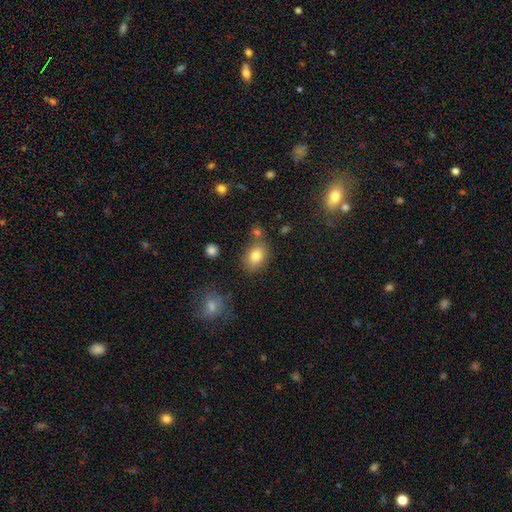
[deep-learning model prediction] A smooth galaxy with no disk features (80%) that is in between round and cigar-shaped (68%).

Vote fractions:
- Smooth or featured? smooth: 80% / star or artifact: 10% / featured or disk: 9%
- How rounded? in between: 68% / round: 31% / cigar-shaped: 1%
- Merging? none: 70% / minor disturbance: 15% / merger: 11% / major disturbance: 4%